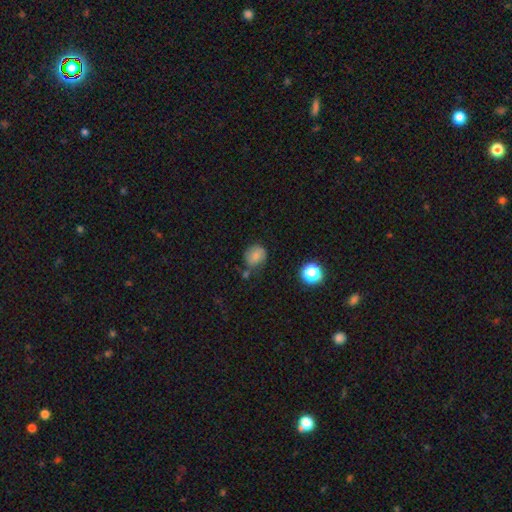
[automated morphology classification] smooth-or-featured: smooth: 75% | star or artifact: 13% | featured or disk: 12%
  how-rounded: round: 71% | in between: 28% | cigar-shaped: 1%
  merging: none: 63% | minor disturbance: 23% | merger: 8% | major disturbance: 6%